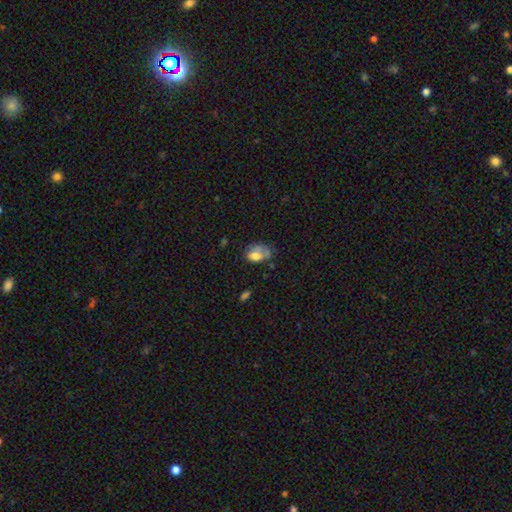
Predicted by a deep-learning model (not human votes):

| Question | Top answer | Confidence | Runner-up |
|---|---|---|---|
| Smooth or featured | smooth | 64% | featured or disk (27%) |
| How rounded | in between | 82% | round (16%) |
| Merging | none | 36% | minor disturbance (32%) |